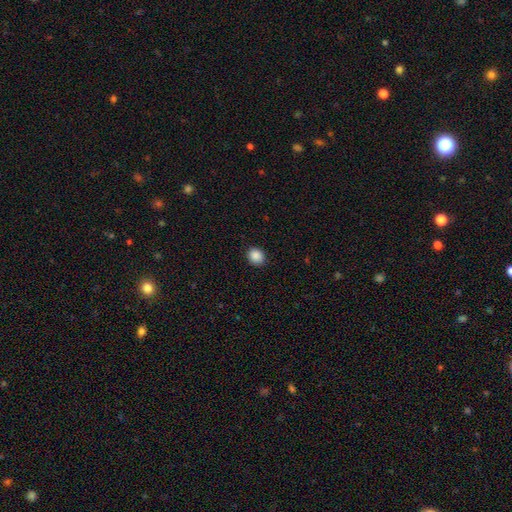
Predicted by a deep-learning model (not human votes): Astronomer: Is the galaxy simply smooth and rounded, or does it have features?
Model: smooth — 88%.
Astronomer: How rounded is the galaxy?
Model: round — 62% (runner-up: in between, 37%).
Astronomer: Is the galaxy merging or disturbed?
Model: none — 89%.